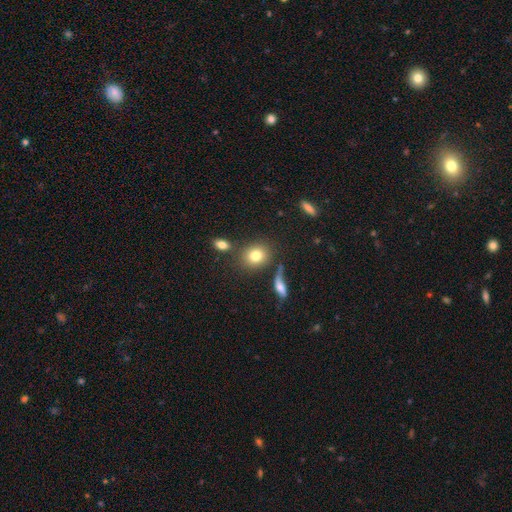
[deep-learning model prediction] Smooth or featured: smooth — 79% (featured or disk — 11%)
How rounded: round — 70% (in between — 28%)
Merging: none — 73% (minor disturbance — 11%)